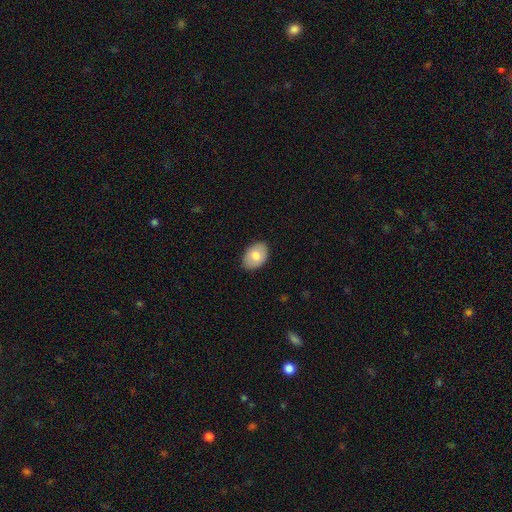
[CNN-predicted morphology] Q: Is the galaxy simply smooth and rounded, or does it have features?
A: smooth — 79%.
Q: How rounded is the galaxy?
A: in between — 84%.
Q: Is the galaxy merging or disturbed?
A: none — 88%.